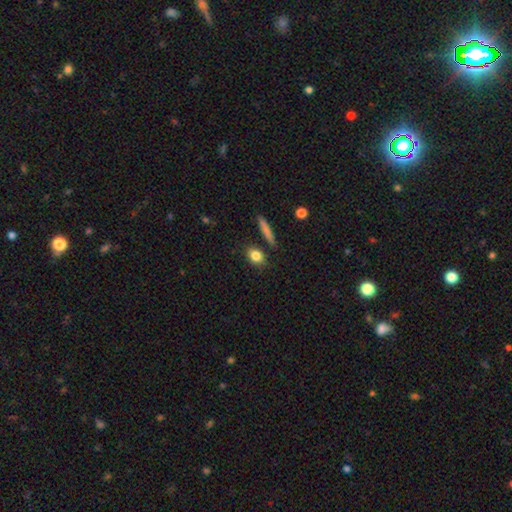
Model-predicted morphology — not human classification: This appears to be a smooth galaxy with no disk features (84%) that is in between round and cigar-shaped (57%). Merging: none (82%).